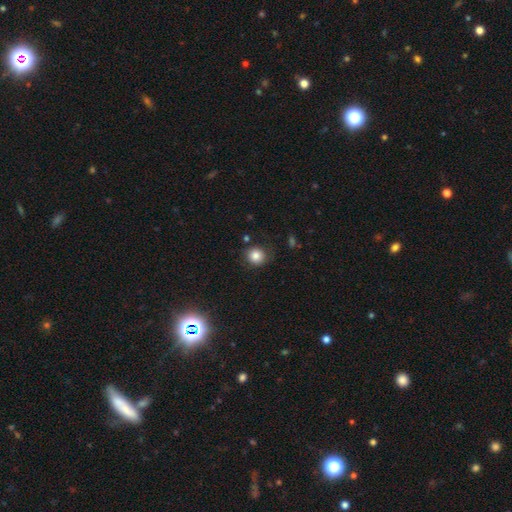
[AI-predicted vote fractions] A smooth galaxy with no disk features (83%) that is round (88%).

Vote fractions:
- Smooth or featured? smooth: 83% / star or artifact: 11% / featured or disk: 6%
- How rounded? round: 88% / in between: 11% / cigar-shaped: 1%
- Merging? none: 80% / minor disturbance: 13% / major disturbance: 4% / merger: 2%